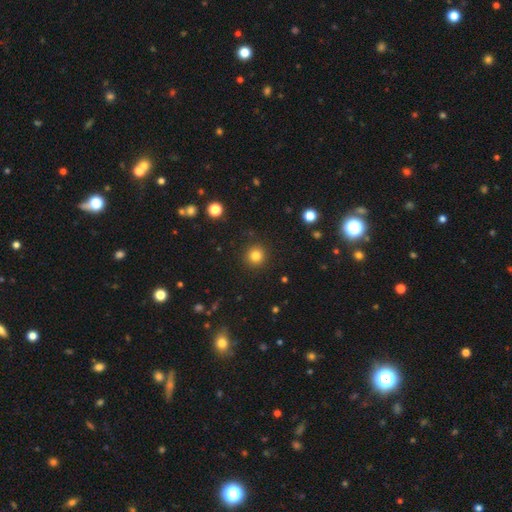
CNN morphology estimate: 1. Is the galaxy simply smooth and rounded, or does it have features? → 82% smooth, 13% star or artifact, 5% featured or disk.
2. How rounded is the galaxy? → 94% round, 5% in between, 1% cigar-shaped.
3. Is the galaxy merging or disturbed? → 91% none, 5% minor disturbance, 2% major disturbance, 1% merger.